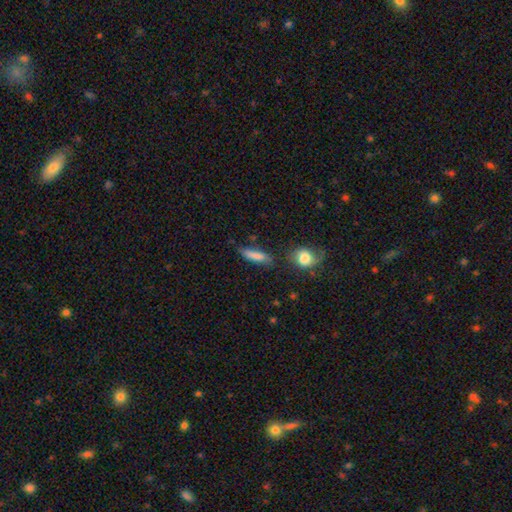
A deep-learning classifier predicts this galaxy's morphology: Overall: smooth (81%). How rounded: cigar-shaped (66%; in between 31%). Merging: none (63%).